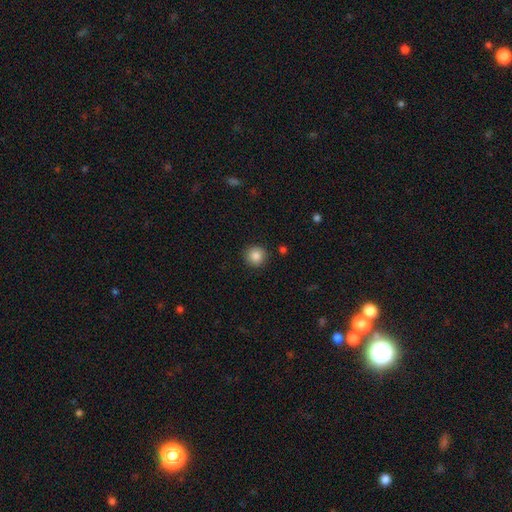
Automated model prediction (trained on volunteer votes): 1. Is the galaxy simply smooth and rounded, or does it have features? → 87% smooth, 9% star or artifact, 4% featured or disk.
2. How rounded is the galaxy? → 93% round, 6% in between, 1% cigar-shaped.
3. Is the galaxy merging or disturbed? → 90% none, 6% minor disturbance, 2% major disturbance, 1% merger.